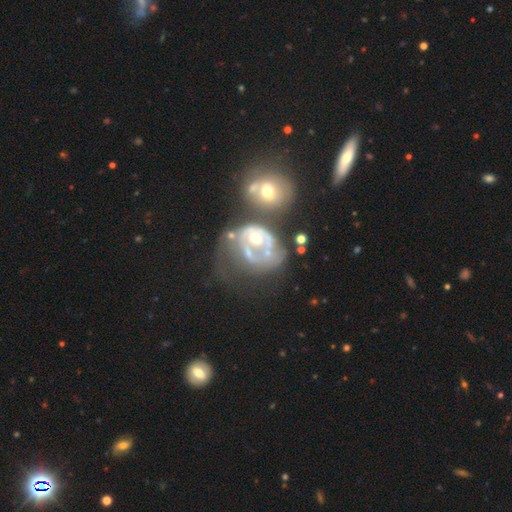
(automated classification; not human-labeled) Q: Smooth or featured?
A: featured or disk (69%); runner-up: smooth (20%)
Q: Edge-on disk?
A: no (97%); runner-up: yes (3%)
Q: Bar?
A: no (77%); runner-up: weak (17%)
Q: Spiral arms?
A: no (54%); runner-up: yes (46%)
Q: Bulge size?
A: moderate (61%); runner-up: small (25%)
Q: Merging?
A: merger (43%); runner-up: major disturbance (28%)